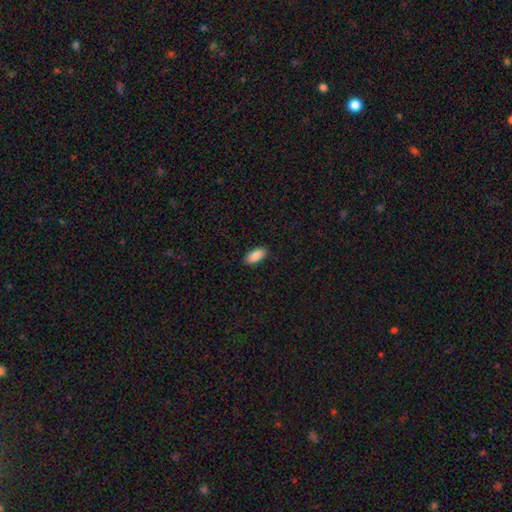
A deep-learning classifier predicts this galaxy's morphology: smooth_or_featured: smooth (p=0.88) [alt: star or artifact p=0.06]
how_rounded: in between (p=0.91) [alt: cigar-shaped p=0.07]
merging: none (p=0.90) [alt: minor disturbance p=0.08]